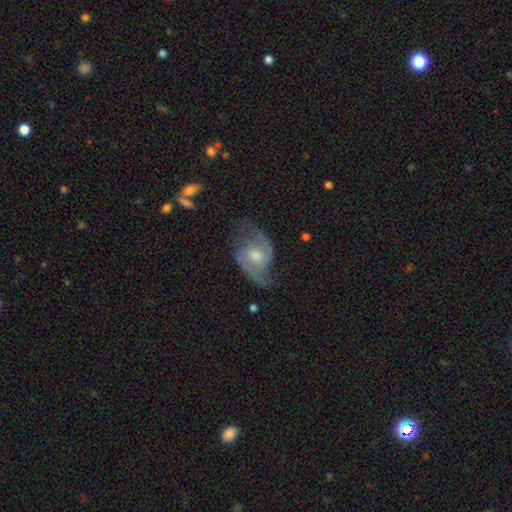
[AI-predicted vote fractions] This is clearly a featured or disk galaxy (83%). It is clearly not viewed edge-on (97%). Bar: possibly no (58%). Spiral arm pattern: clearly yes (95%). Spiral arm count: clearly 2 (88%). Spiral winding: possibly medium (48%). Central bulge: likely moderate (64%). Merging: likely none (64%).